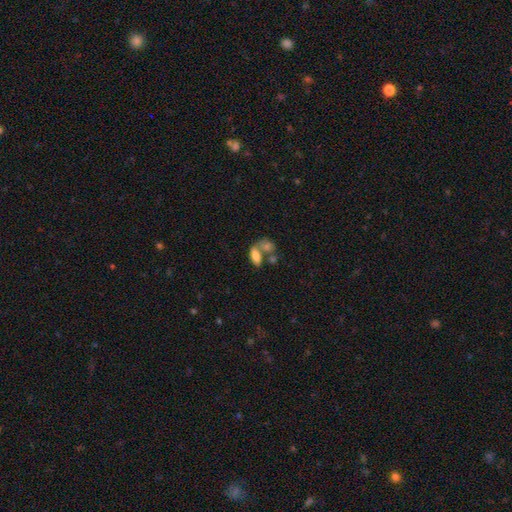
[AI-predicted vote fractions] Q: Smooth or featured?
A: smooth (74%); runner-up: featured or disk (16%)
Q: How rounded?
A: in between (85%); runner-up: cigar-shaped (8%)
Q: Merging?
A: merger (45%); runner-up: none (36%)